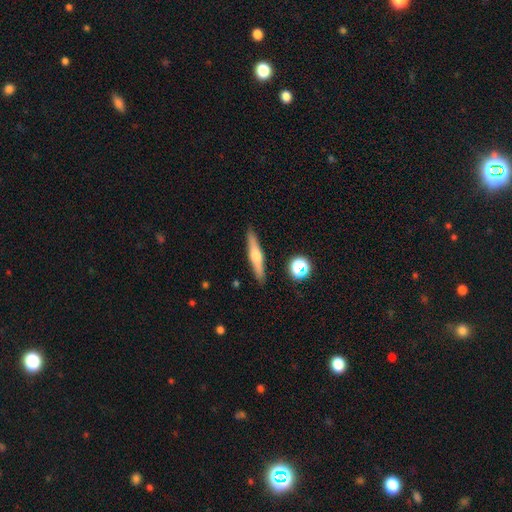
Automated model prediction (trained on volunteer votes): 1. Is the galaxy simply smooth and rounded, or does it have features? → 56% featured or disk, 37% smooth, 7% star or artifact.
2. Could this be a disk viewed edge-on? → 96% yes, 4% no.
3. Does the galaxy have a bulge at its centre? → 90% rounded, 6% none, 5% boxy.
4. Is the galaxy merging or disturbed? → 90% none, 7% minor disturbance, 2% merger, 2% major disturbance.